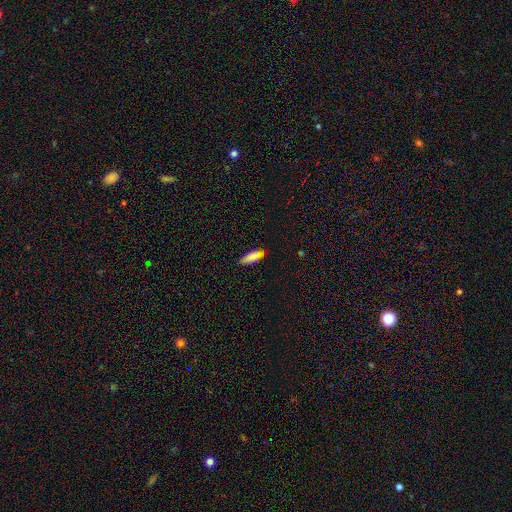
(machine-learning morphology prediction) Smooth or featured? Predicted: smooth (p=0.84). How rounded? Predicted: in between (p=0.57). Merging? Predicted: none (p=0.72).